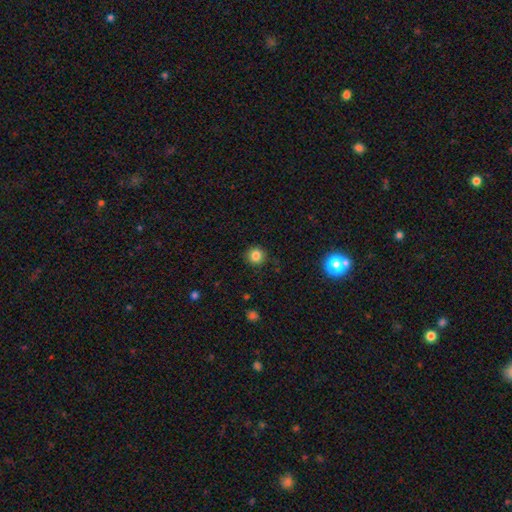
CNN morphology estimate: type=smooth (83%); roundness=round (93%); merging=none (89%).